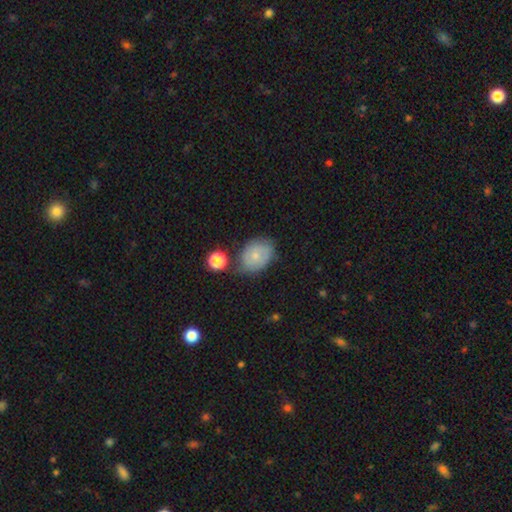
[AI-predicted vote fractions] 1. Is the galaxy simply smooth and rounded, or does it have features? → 60% smooth, 31% featured or disk, 9% star or artifact.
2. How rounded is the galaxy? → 62% in between, 37% round, 1% cigar-shaped.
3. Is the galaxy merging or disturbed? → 62% none, 25% minor disturbance, 7% major disturbance, 6% merger.